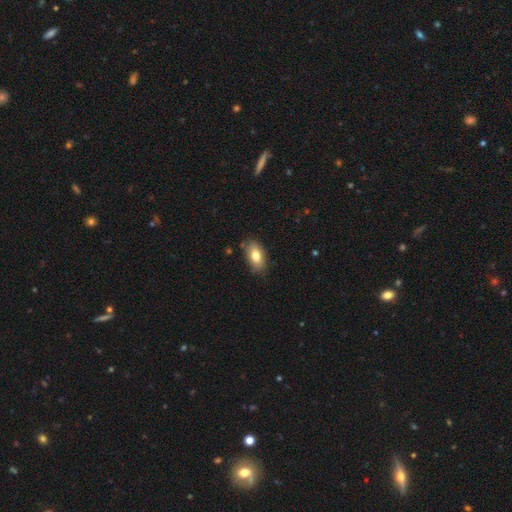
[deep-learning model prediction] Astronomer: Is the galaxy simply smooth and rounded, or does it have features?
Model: smooth — 78%.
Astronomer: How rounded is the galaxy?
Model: in between — 91%.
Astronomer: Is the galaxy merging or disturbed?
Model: none — 82%.